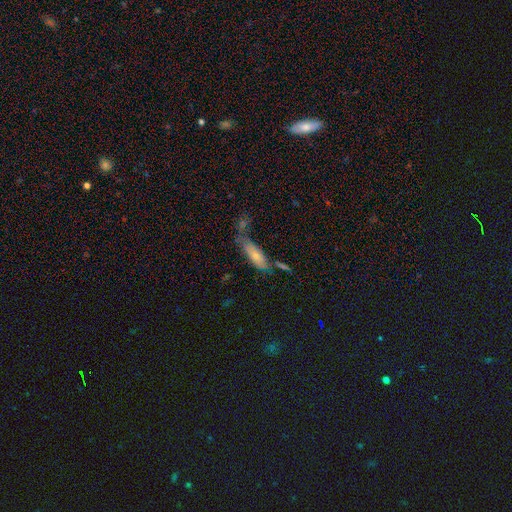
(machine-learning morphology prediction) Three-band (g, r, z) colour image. It shows a smooth galaxy with no disk features (66%) that is in between round and cigar-shaped (59%). Merging: none (46%).